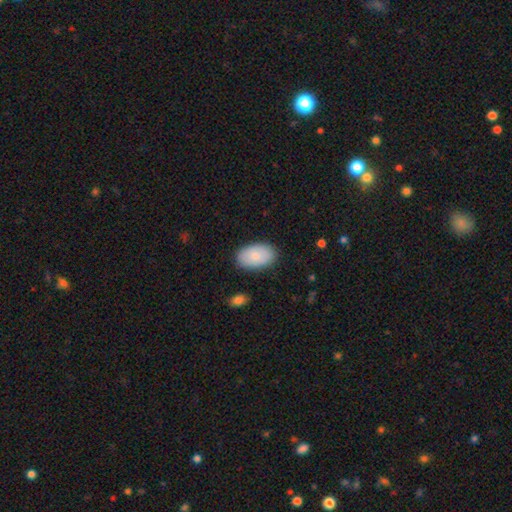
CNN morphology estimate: Smooth or featured? smooth (81%)
How rounded? in between (93%)
Merging? none (86%)